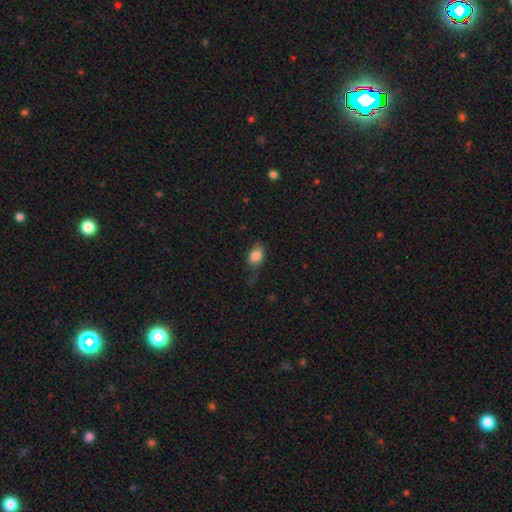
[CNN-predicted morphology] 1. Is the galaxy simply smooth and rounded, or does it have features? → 84% smooth, 8% star or artifact, 7% featured or disk.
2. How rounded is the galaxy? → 80% in between, 19% round, 2% cigar-shaped.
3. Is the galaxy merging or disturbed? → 59% none, 29% minor disturbance, 10% major disturbance, 2% merger.